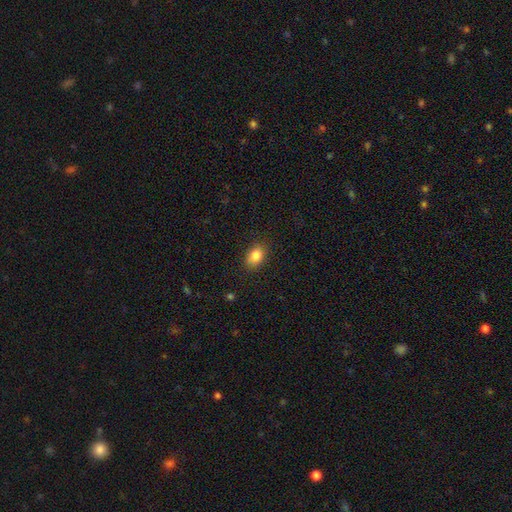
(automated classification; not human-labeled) A smooth galaxy with no disk features (84%) that is in between round and cigar-shaped (77%). Merging: none (87%).